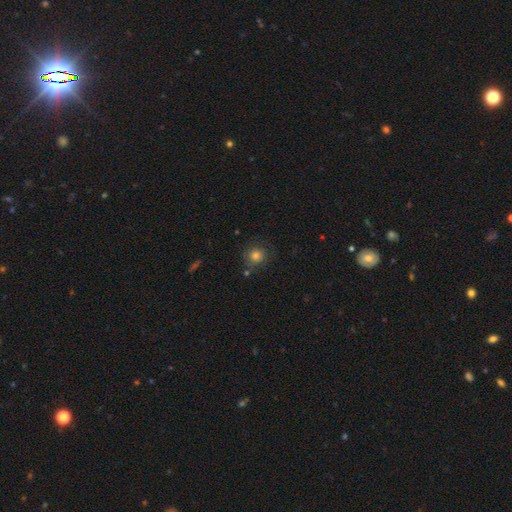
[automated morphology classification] smooth 80%, star or artifact 12%, featured or disk 8%. Down the decision tree: how rounded — round (90%); merging — none (78%).